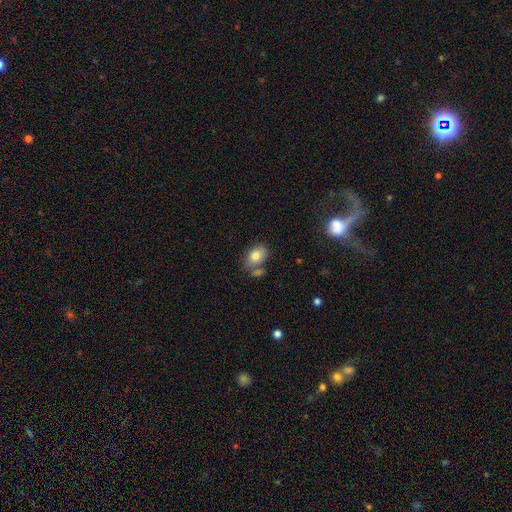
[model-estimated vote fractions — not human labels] A smooth galaxy with no disk features (81%) that is in between round and cigar-shaped (77%).

Vote fractions:
- Smooth or featured? smooth: 81% / featured or disk: 11% / star or artifact: 8%
- How rounded? in between: 77% / round: 22% / cigar-shaped: 1%
- Merging? none: 56% / merger: 22% / minor disturbance: 17% / major disturbance: 5%